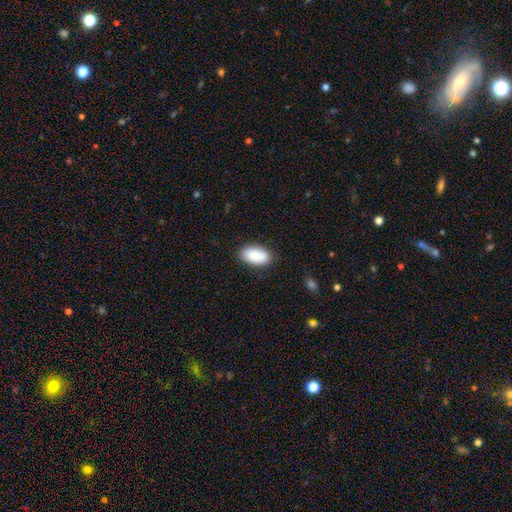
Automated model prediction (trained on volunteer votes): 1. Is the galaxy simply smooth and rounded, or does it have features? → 88% smooth, 6% star or artifact, 6% featured or disk.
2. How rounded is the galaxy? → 95% in between, 3% round, 2% cigar-shaped.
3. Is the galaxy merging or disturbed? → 84% none, 12% minor disturbance, 2% major disturbance, 1% merger.